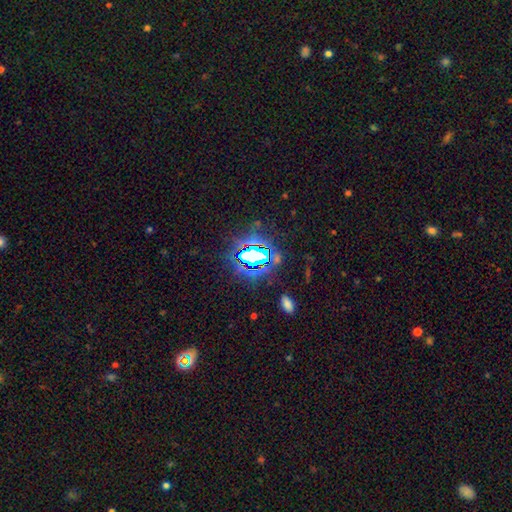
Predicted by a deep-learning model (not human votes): The model was most divided on "smooth or featured": star or artifact: 71%, smooth: 16%, featured or disk: 13%.